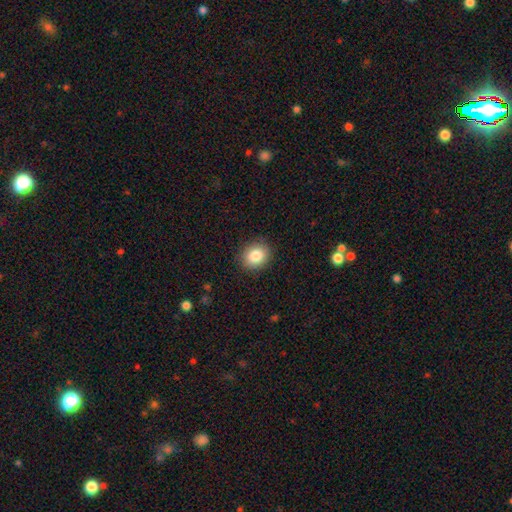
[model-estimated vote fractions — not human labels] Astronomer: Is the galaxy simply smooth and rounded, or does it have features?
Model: smooth — 84%.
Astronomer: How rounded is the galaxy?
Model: round — 63%.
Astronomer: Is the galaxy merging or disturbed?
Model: none — 88%.